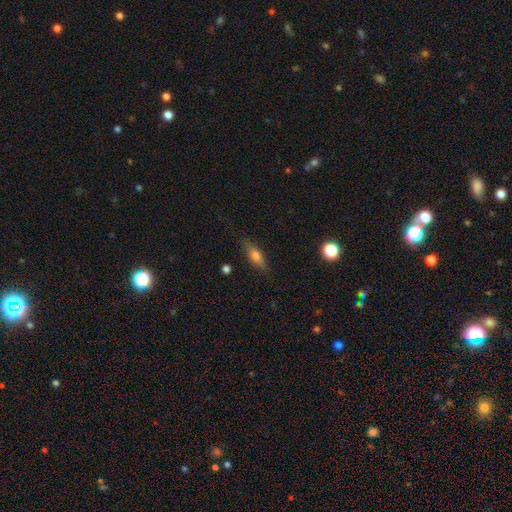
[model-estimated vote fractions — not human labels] The model was most divided on "how rounded": in between: 51%, cigar-shaped: 45%, round: 4%. More confident: merging — none (81%); smooth or featured — smooth (61%).